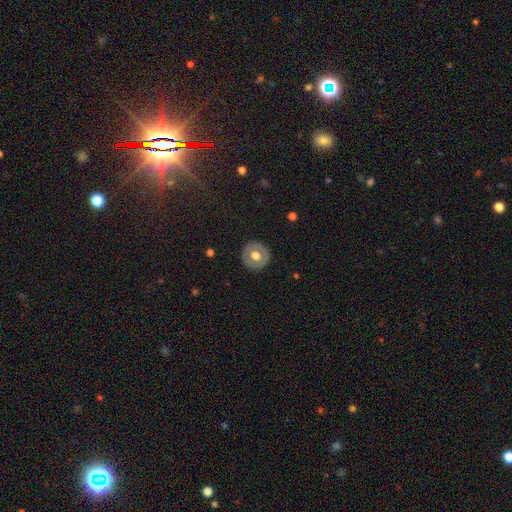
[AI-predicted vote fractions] A smooth galaxy with no disk features (52%) that is round (91%). Merging: none (88%).